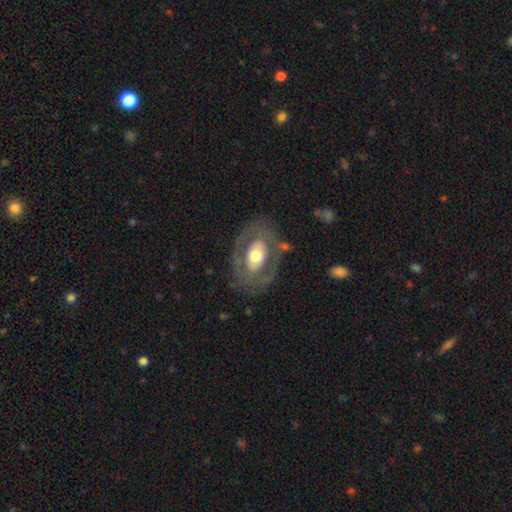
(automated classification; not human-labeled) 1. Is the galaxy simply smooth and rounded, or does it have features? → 60% featured or disk, 34% smooth, 6% star or artifact.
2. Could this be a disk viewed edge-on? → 92% no, 8% yes.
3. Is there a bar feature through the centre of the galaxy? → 65% no, 21% weak, 14% strong.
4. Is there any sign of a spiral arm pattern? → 71% no, 29% yes.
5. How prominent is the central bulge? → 57% moderate, 31% large, 8% small, 3% dominant, 1% none.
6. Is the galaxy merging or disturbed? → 71% none, 16% minor disturbance, 11% major disturbance, 3% merger.